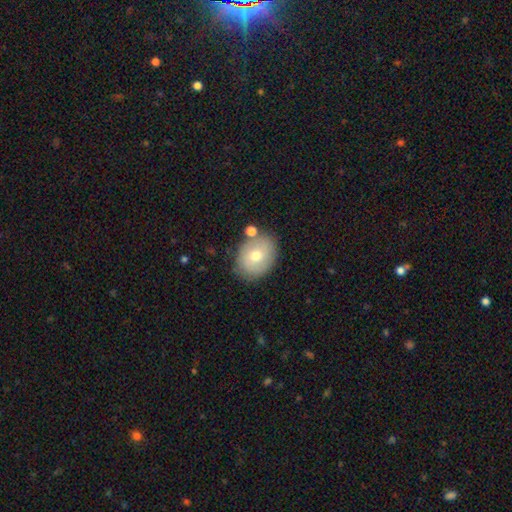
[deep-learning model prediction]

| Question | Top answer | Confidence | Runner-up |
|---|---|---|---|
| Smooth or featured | smooth | 65% | featured or disk (26%) |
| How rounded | in between | 55% | round (44%) |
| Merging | none | 74% | minor disturbance (14%) |